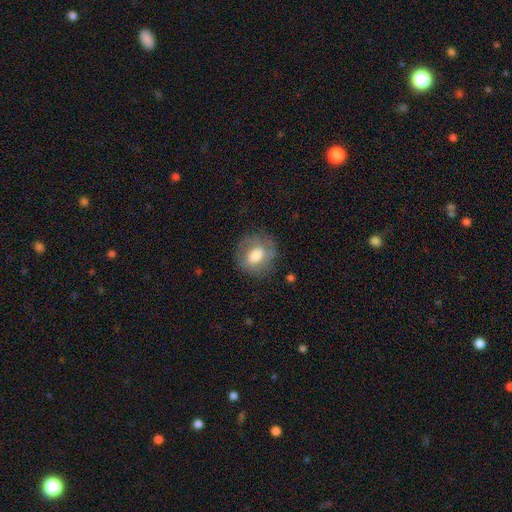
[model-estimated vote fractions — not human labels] A smooth galaxy with no disk features (55%) that is round (72%). Merging: none (69%).